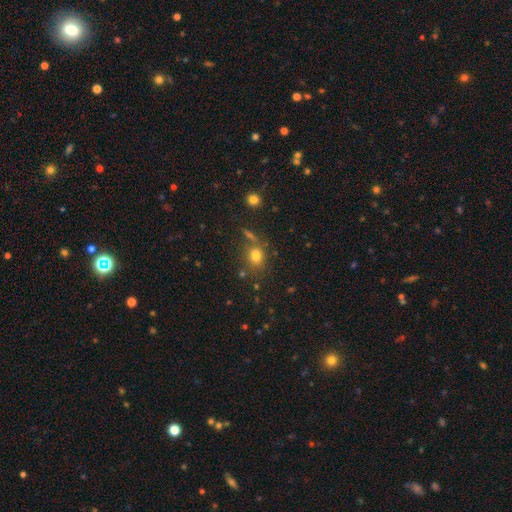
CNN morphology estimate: Q: Smooth or featured?
A: smooth (75%); runner-up: star or artifact (16%)
Q: How rounded?
A: round (61%); runner-up: in between (37%)
Q: Merging?
A: none (67%); runner-up: minor disturbance (14%)